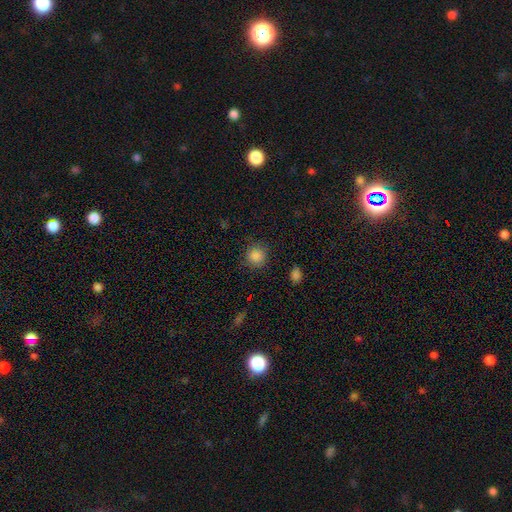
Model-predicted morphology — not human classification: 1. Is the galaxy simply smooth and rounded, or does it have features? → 87% smooth, 10% star or artifact, 4% featured or disk.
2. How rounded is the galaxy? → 91% round, 8% in between, 1% cigar-shaped.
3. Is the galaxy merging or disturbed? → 85% none, 10% minor disturbance, 3% major disturbance, 1% merger.